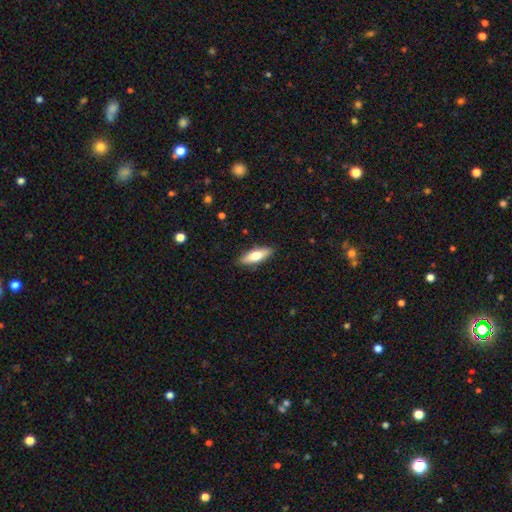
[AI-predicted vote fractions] Smooth or featured? Predicted: smooth (p=0.68). How rounded? Predicted: in between (p=0.53). Merging? Predicted: none (p=0.88).